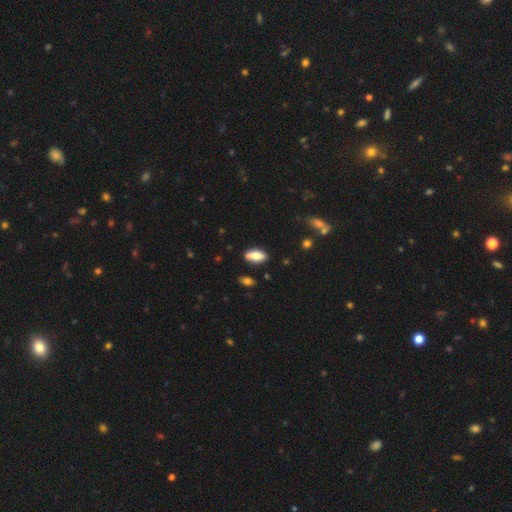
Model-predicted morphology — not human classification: Overall: smooth (76%). How rounded: in between (87%). Merging: none (75%).